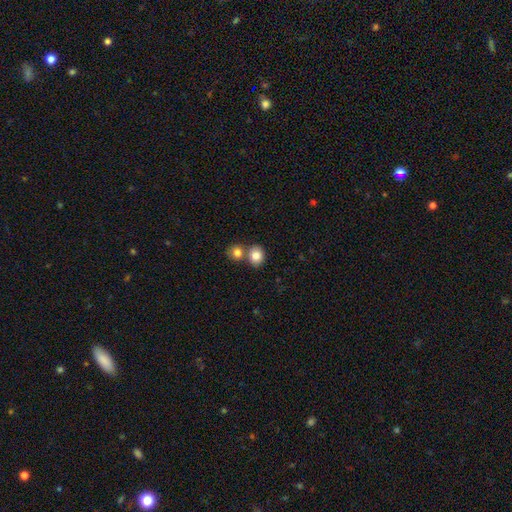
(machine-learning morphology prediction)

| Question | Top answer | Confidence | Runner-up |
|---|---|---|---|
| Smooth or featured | smooth | 84% | star or artifact (9%) |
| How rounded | round | 70% | in between (29%) |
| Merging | none | 50% | merger (39%) |